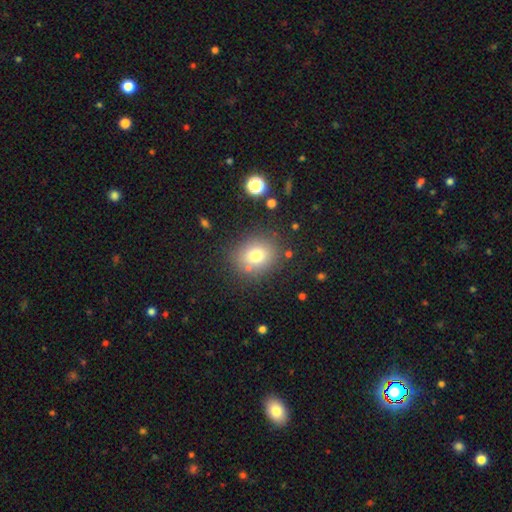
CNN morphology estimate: Smooth or featured?
  - smooth: 75% *
  - star or artifact: 13%
  - featured or disk: 12%
How rounded?
  - round: 63% *
  - in between: 36%
  - cigar-shaped: 1%
Merging?
  - none: 80% *
  - minor disturbance: 11%
  - merger: 5%
  - major disturbance: 4%